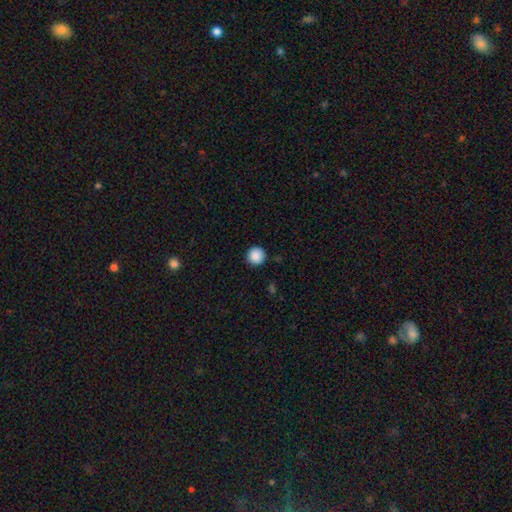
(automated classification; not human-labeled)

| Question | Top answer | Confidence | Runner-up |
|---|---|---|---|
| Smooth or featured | smooth | 88% | star or artifact (9%) |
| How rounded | round | 96% | in between (3%) |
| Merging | none | 90% | minor disturbance (7%) |